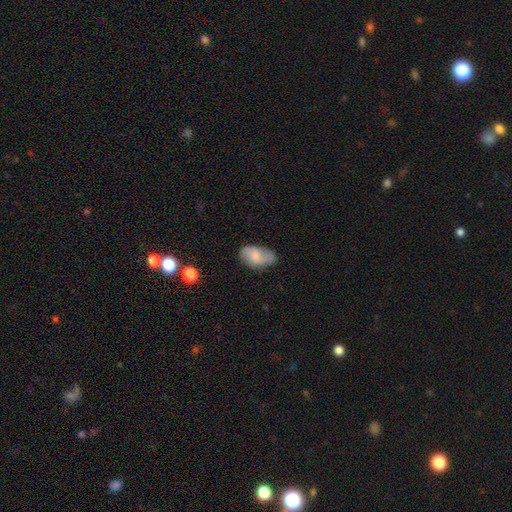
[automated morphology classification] This appears to be a smooth galaxy with no disk features (55%) that is in between round and cigar-shaped (93%). Merging: none (67%).